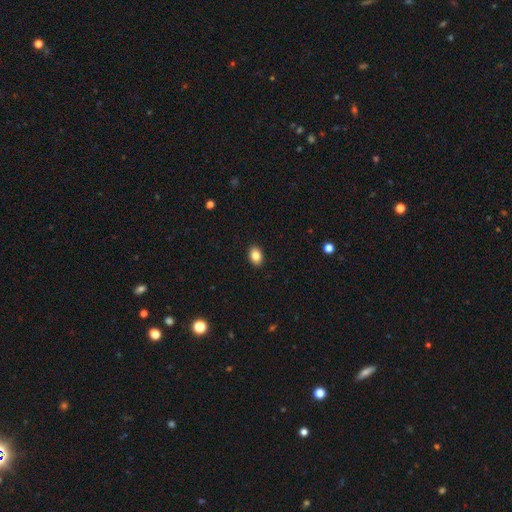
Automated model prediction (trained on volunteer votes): The model was most divided on "how rounded": in between: 78%, round: 20%, cigar-shaped: 1%. More confident: merging — none (91%); smooth or featured — smooth (85%).